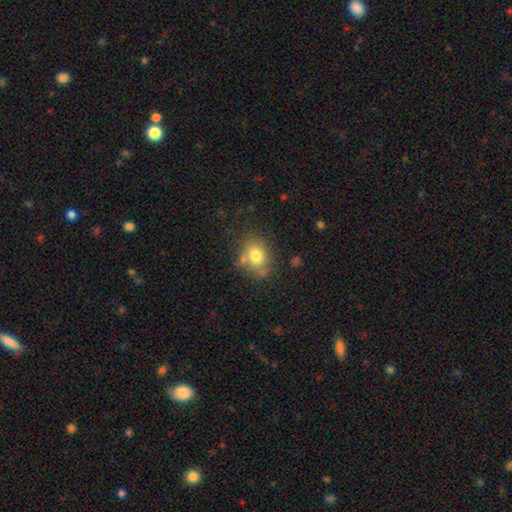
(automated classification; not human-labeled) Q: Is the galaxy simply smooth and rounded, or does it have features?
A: smooth — 76%.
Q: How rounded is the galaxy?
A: in between — 55%.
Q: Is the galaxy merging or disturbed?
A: none — 65%.